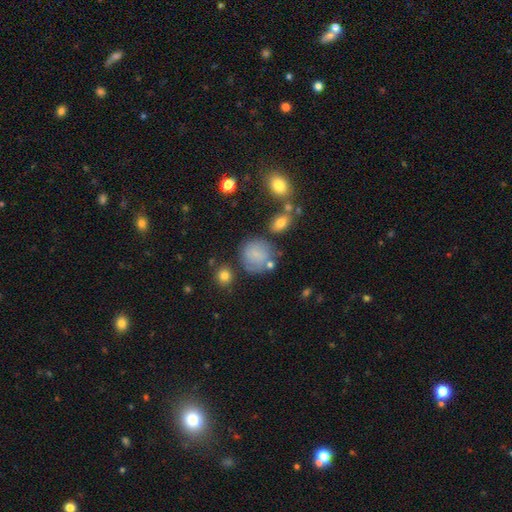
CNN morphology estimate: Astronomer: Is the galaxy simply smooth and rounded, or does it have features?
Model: smooth — 70%.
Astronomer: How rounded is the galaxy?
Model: round — 86%.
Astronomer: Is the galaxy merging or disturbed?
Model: none — 66%.